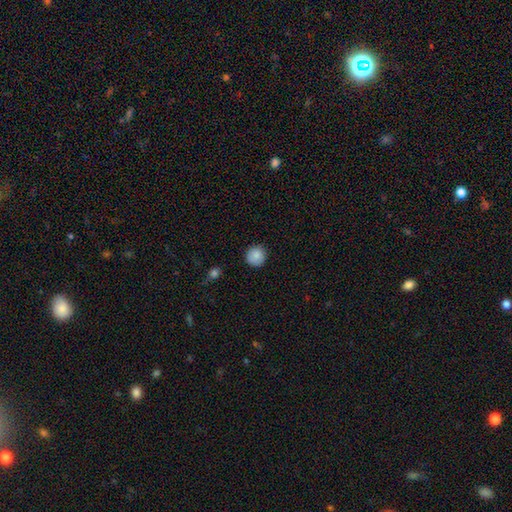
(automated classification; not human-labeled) Overall: smooth (87%). How rounded: round (93%). Merging: none (86%).